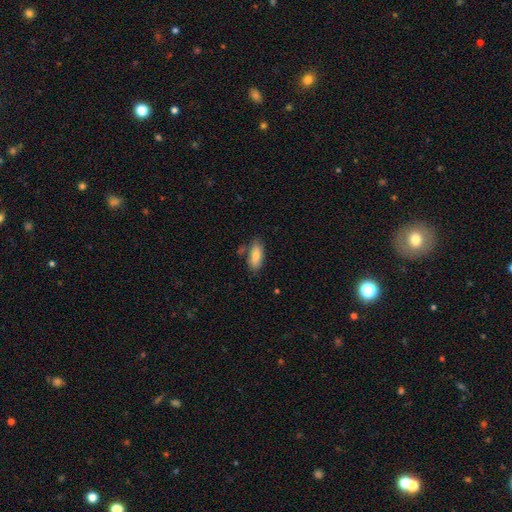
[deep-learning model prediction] This appears to be a smooth galaxy with no disk features (82%) that is in between round and cigar-shaped (80%). Merging: none (73%).